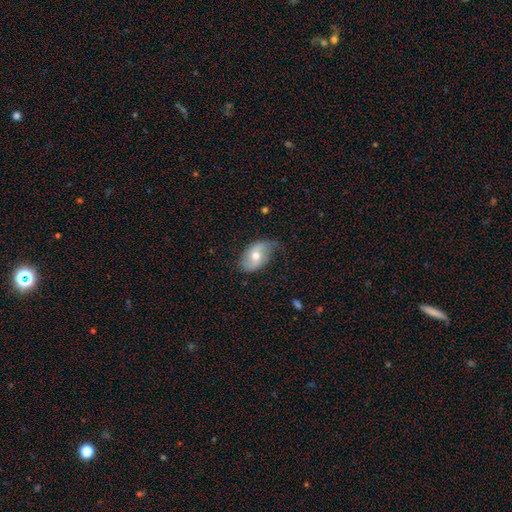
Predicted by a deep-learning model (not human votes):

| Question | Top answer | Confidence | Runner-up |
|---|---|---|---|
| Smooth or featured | featured or disk | 53% | smooth (41%) |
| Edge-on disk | no | 94% | yes (6%) |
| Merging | none | 62% | minor disturbance (28%) |